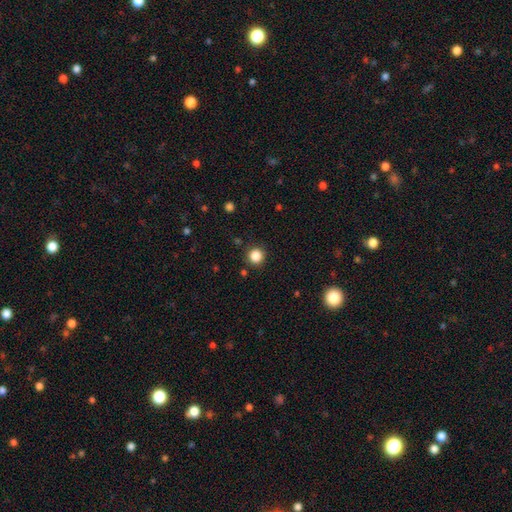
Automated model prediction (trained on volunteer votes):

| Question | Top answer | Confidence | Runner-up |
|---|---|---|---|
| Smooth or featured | smooth | 85% | star or artifact (12%) |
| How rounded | round | 95% | in between (5%) |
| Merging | none | 91% | minor disturbance (6%) |